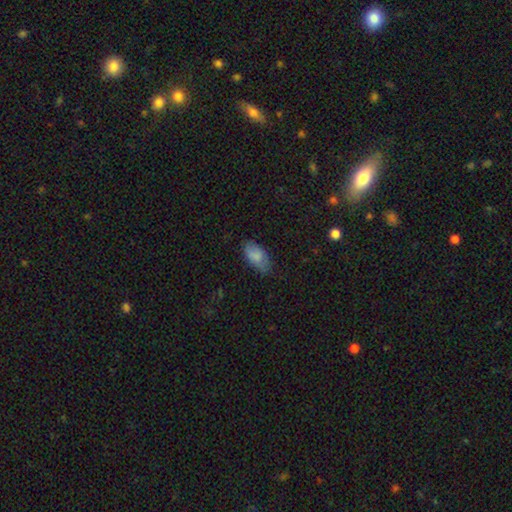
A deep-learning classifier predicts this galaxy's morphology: A smooth galaxy with no disk features (82%) that is in between round and cigar-shaped (94%). Merging: none (68%).